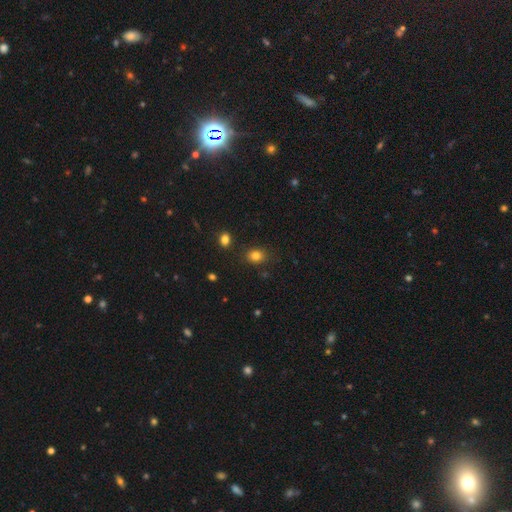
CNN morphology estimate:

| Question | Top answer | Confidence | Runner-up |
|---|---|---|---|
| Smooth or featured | smooth | 81% | star or artifact (13%) |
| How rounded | round | 52% | in between (47%) |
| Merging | none | 83% | minor disturbance (11%) |